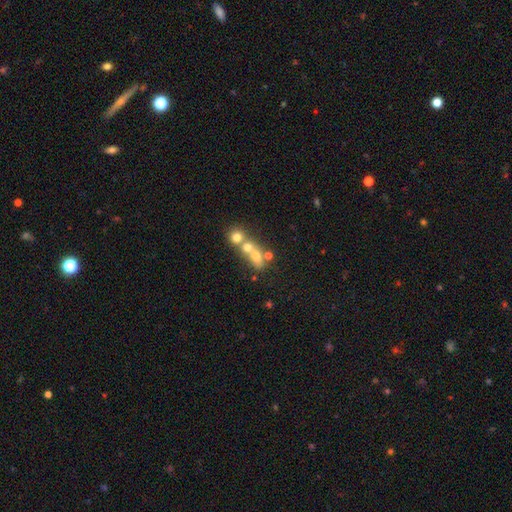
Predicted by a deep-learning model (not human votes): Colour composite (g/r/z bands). It shows a smooth galaxy with no disk features (59%) that is round (56%). Merging: merger (59%).